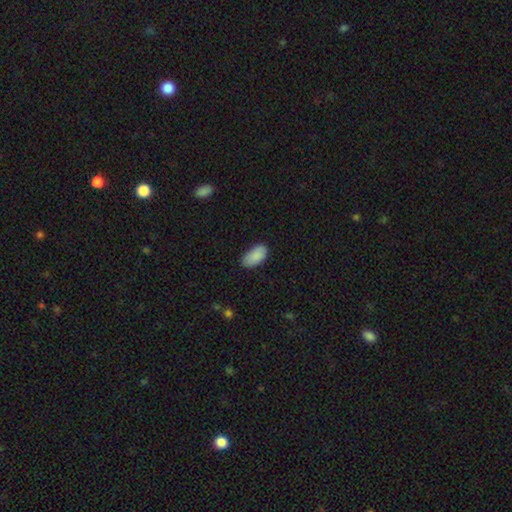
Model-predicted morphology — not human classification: type=smooth (89%); roundness=in between (95%); merging=none (80%).